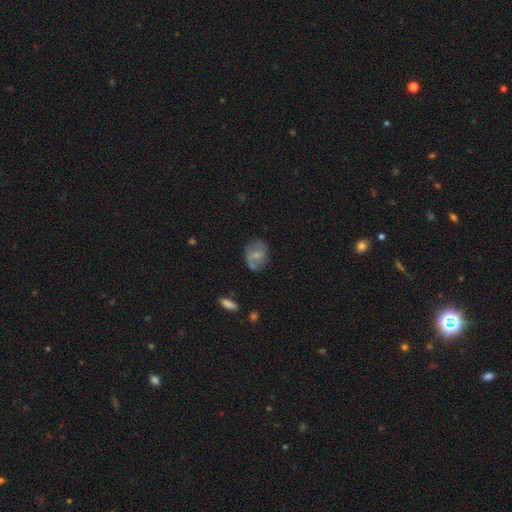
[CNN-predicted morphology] smooth-or-featured: smooth: 55% | featured or disk: 37% | star or artifact: 8%
  how-rounded: in between: 55% | round: 43% | cigar-shaped: 1%
  merging: none: 65% | minor disturbance: 24% | major disturbance: 8% | merger: 3%